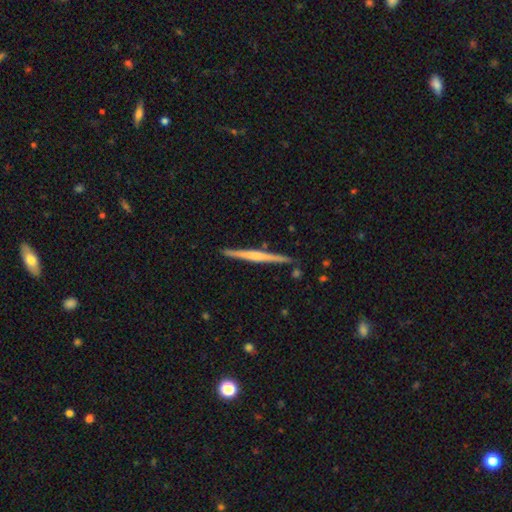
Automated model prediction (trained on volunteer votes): The model was most divided on "edge-on bulge": none: 43%, rounded: 41%, boxy: 16%. More confident: edge-on disk — yes (98%); merging — none (89%); smooth or featured — featured or disk (64%).